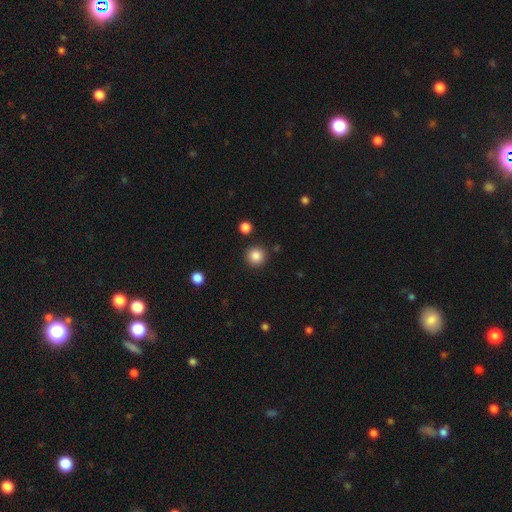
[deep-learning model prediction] A smooth galaxy with no disk features (86%) that is round (94%).

Vote fractions:
- Smooth or featured? smooth: 86% / star or artifact: 10% / featured or disk: 4%
- How rounded? round: 94% / in between: 5% / cigar-shaped: 1%
- Merging? none: 89% / minor disturbance: 6% / merger: 3% / major disturbance: 2%